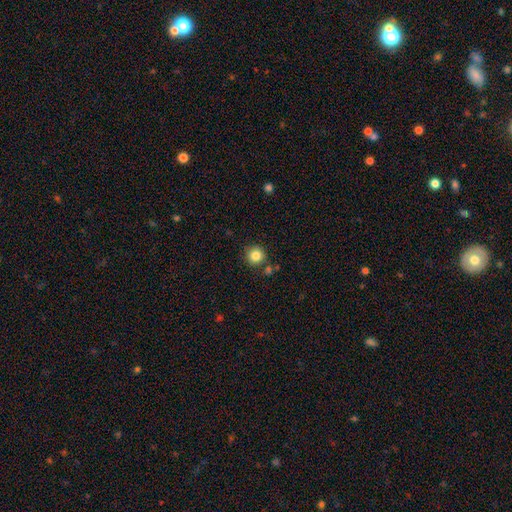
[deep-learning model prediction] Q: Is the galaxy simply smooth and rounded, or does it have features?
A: smooth — 84%.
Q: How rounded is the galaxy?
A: round — 94%.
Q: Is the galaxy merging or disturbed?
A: none — 84%.